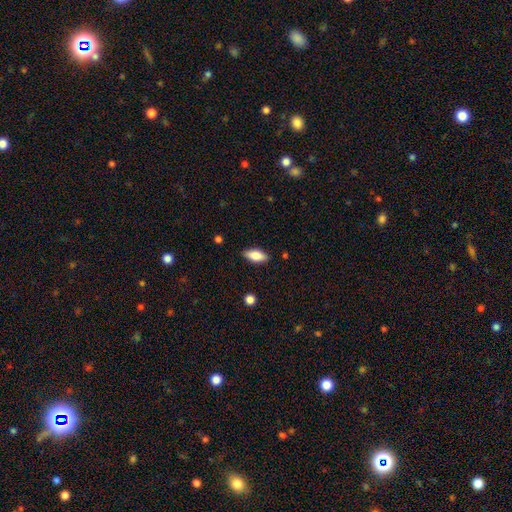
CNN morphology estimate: A smooth galaxy with no disk features (77%) that is in between round and cigar-shaped (85%).

Vote fractions:
- Smooth or featured? smooth: 77% / featured or disk: 16% / star or artifact: 7%
- How rounded? in between: 85% / cigar-shaped: 13% / round: 3%
- Merging? none: 86% / minor disturbance: 10% / major disturbance: 2% / merger: 1%